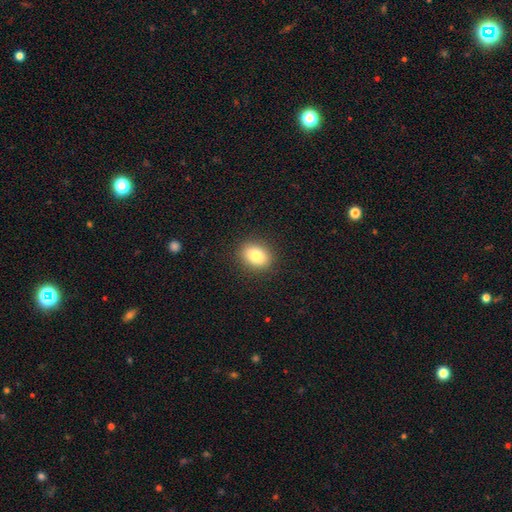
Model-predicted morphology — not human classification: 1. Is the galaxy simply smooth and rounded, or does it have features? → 82% smooth, 9% star or artifact, 8% featured or disk.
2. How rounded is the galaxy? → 54% in between, 45% round, 1% cigar-shaped.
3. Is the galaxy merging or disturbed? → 89% none, 7% minor disturbance, 2% major disturbance, 1% merger.